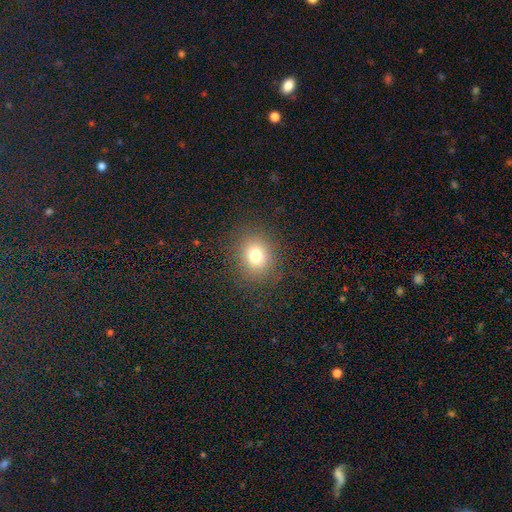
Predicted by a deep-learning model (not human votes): Q: Smooth or featured?
A: smooth (75%); runner-up: star or artifact (16%)
Q: How rounded?
A: round (74%); runner-up: in between (25%)
Q: Merging?
A: none (85%); runner-up: minor disturbance (9%)